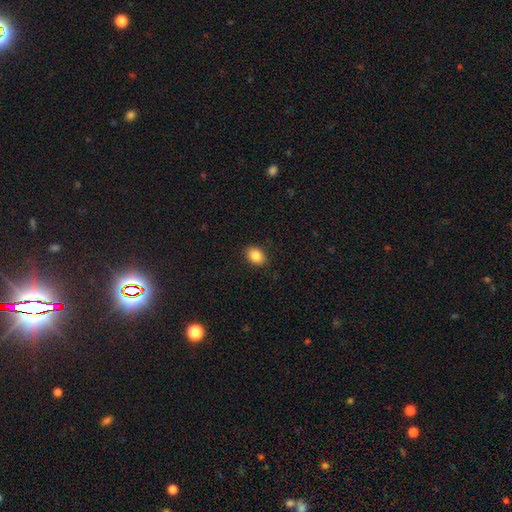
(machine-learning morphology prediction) Smooth or featured: smooth — 85% (star or artifact — 9%)
How rounded: in between — 74% (round — 25%)
Merging: none — 89% (minor disturbance — 8%)